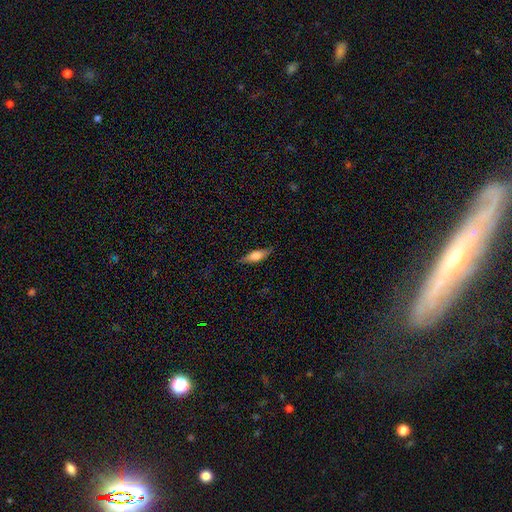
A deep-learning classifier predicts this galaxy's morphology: Smooth or featured: smooth — 60% (featured or disk — 33%)
How rounded: cigar-shaped — 50% (in between — 47%)
Merging: none — 82% (minor disturbance — 14%)